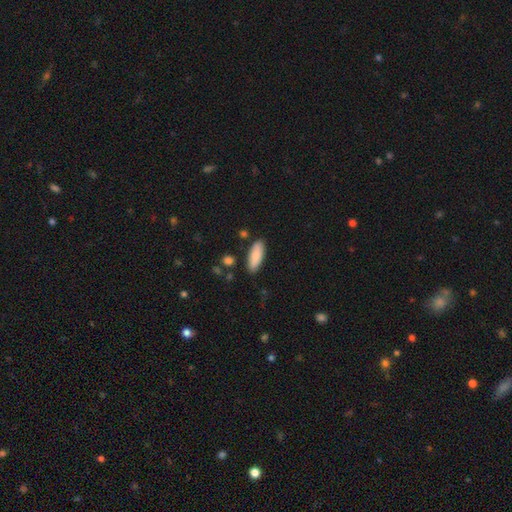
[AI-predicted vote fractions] Smooth or featured? Predicted: smooth (p=0.87). How rounded? Predicted: in between (p=0.63). Merging? Predicted: none (p=0.86).